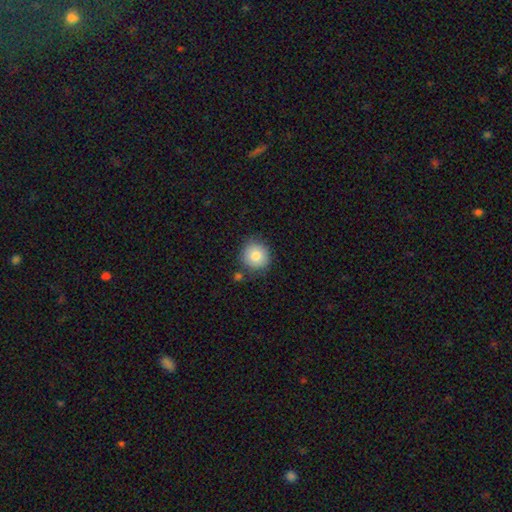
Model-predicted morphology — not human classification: type=smooth (83%); roundness=round (92%); merging=none (80%).